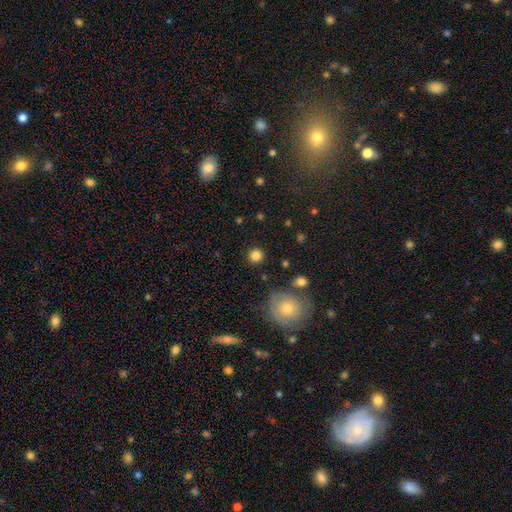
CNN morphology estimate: Smooth or featured? Predicted: smooth (p=0.84). How rounded? Predicted: round (p=0.93). Merging? Predicted: none (p=0.88).